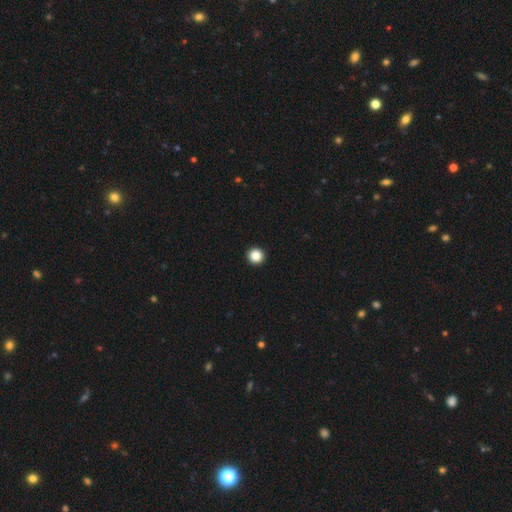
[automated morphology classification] smooth_or_featured: smooth (p=0.86) [alt: star or artifact p=0.11]
how_rounded: round (p=0.95) [alt: in between p=0.04]
merging: none (p=0.95) [alt: minor disturbance p=0.03]